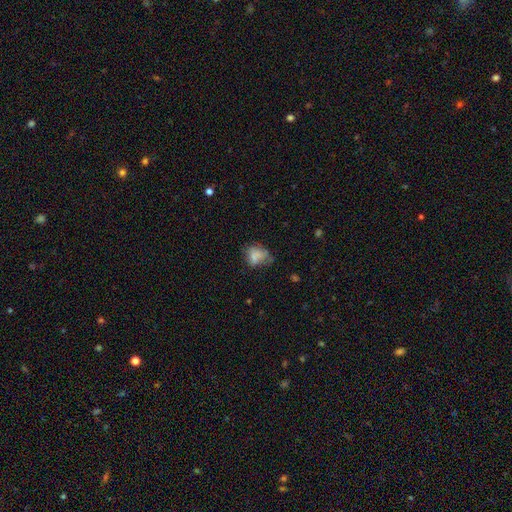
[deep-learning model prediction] Overall: smooth (70%). How rounded: in between (62%; round 37%). Merging: none (37%; minor disturbance 34%).